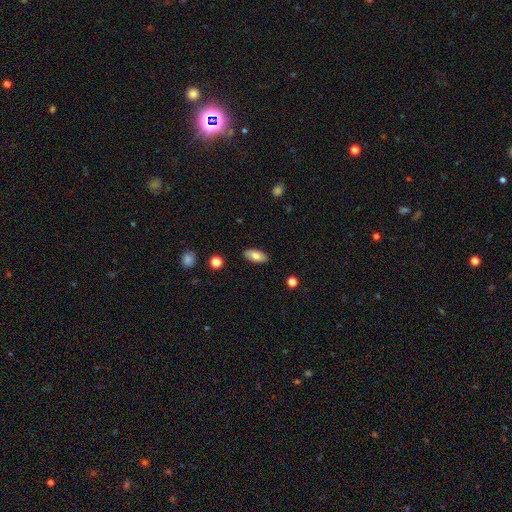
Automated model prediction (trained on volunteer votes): Overall: smooth (77%). How rounded: in between (90%). Merging: none (87%).